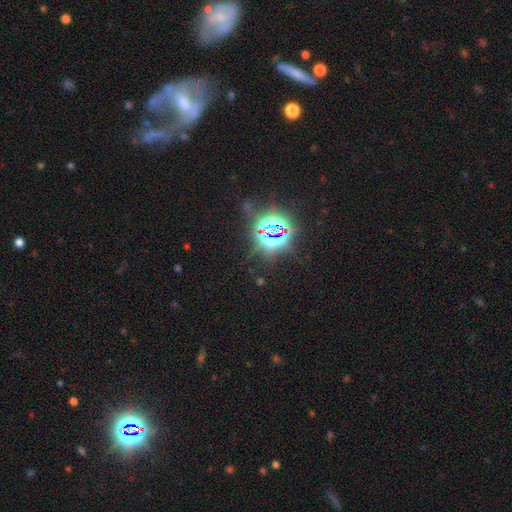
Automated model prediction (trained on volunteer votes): Smooth or featured: star or artifact — 73% (featured or disk — 15%)